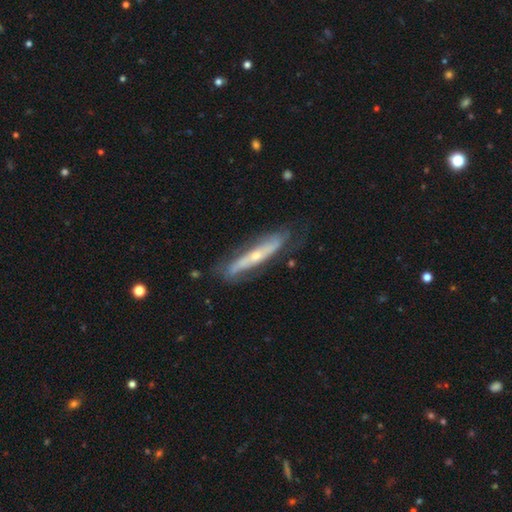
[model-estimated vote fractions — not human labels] Overall: featured or disk (71%). Edge-on disk: yes (56%; no 44%). Merging: none (68%).